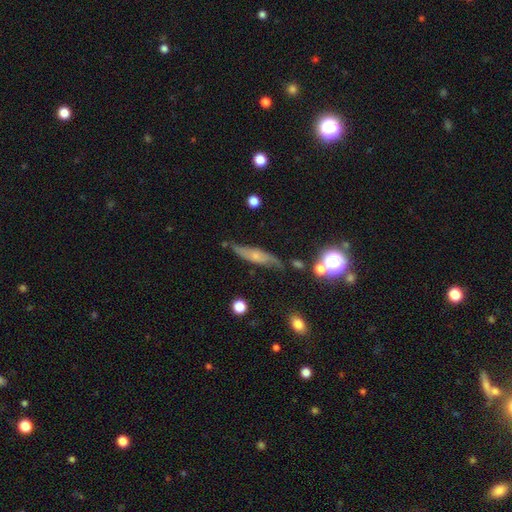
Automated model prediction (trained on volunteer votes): This appears to be a featured or disk galaxy (54%). Merging: none (61%).